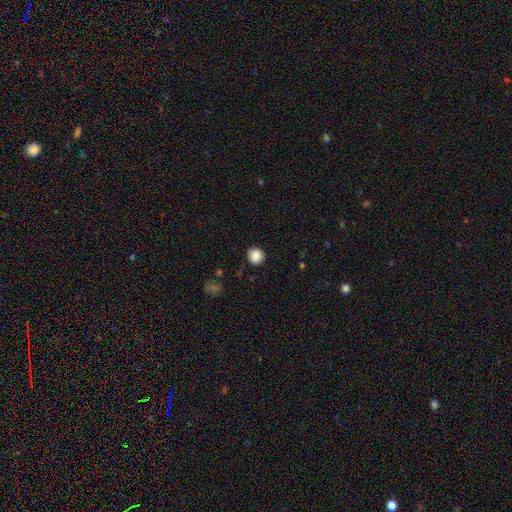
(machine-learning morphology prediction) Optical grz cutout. It shows a smooth galaxy with no disk features (87%) that is round (89%). Merging: none (88%).